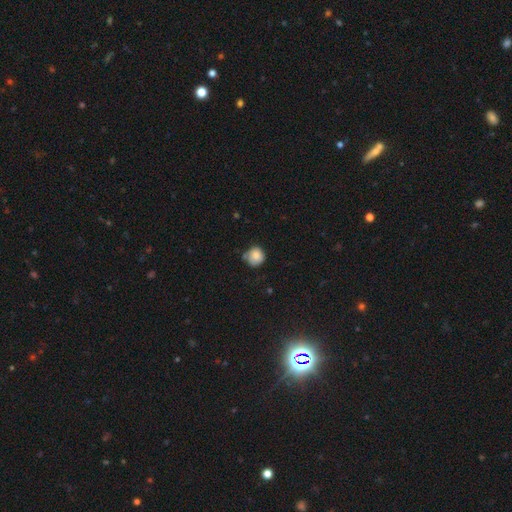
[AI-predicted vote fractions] Smooth or featured? smooth (81%)
How rounded? round (89%)
Merging? none (60%)